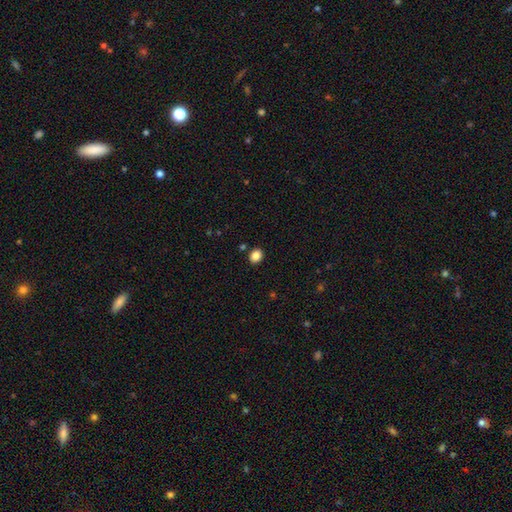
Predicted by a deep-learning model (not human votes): Q: Smooth or featured?
A: smooth (86%); runner-up: star or artifact (10%)
Q: How rounded?
A: round (55%); runner-up: in between (44%)
Q: Merging?
A: none (88%); runner-up: minor disturbance (7%)